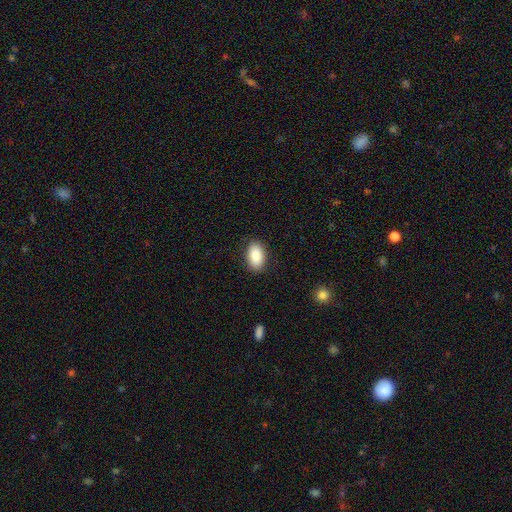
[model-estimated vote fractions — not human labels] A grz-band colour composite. It shows a smooth galaxy with no disk features (88%) that is in between round and cigar-shaped (92%). Merging: none (88%).